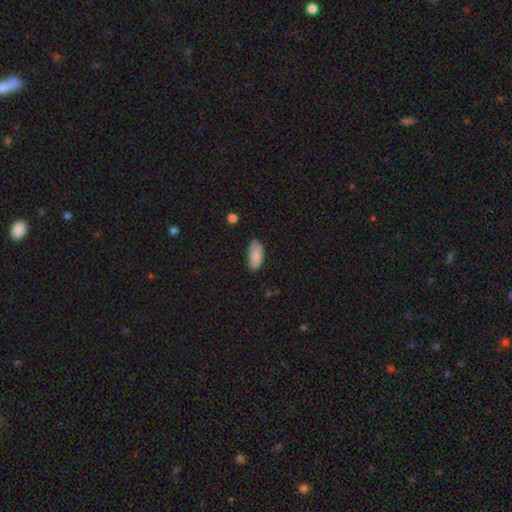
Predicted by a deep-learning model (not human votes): smooth 87%, featured or disk 7%, star or artifact 7%. Down the decision tree: how rounded — in between (92%); merging — none (74%).